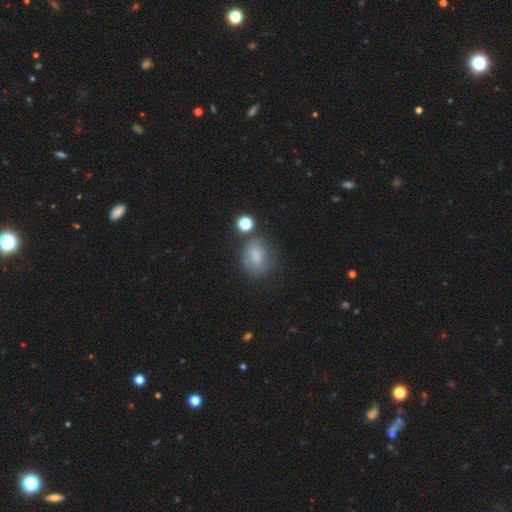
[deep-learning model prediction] A smooth galaxy with no disk features (77%) that is in between round and cigar-shaped (57%). Merging: none (60%).